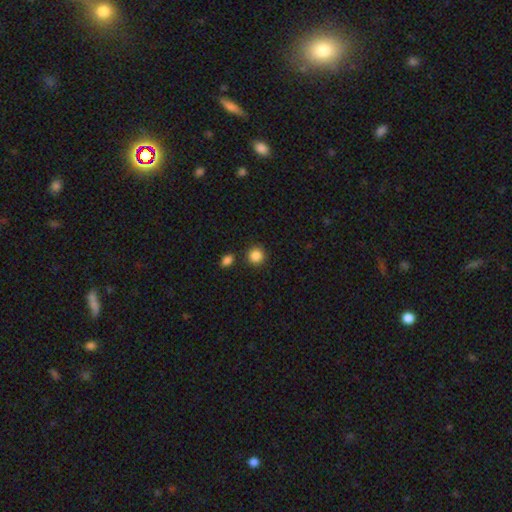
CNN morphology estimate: Smooth or featured?
  - smooth: 87% *
  - star or artifact: 10%
  - featured or disk: 3%
How rounded?
  - round: 90% *
  - in between: 9%
  - cigar-shaped: 1%
Merging?
  - none: 85% *
  - minor disturbance: 7%
  - merger: 6%
  - major disturbance: 2%